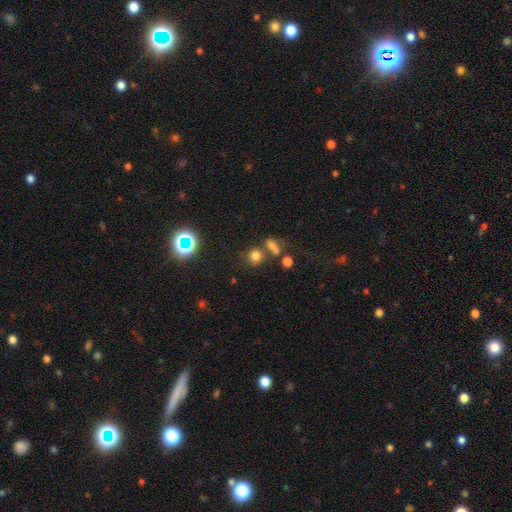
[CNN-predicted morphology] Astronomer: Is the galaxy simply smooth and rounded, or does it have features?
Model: smooth — 71%.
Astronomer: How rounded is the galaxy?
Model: round — 81%.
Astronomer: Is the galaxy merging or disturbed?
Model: none — 59%.